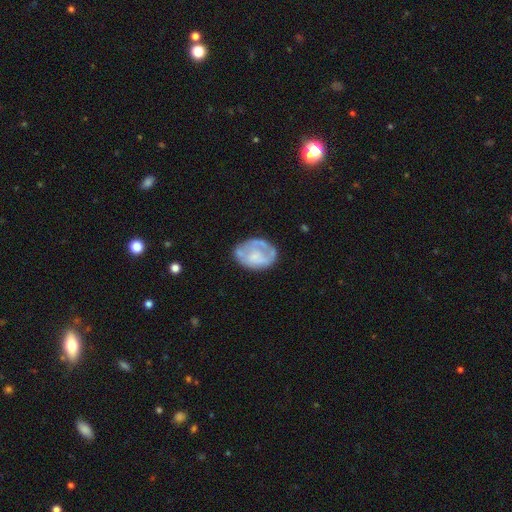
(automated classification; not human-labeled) A featured or disk galaxy (51%). Merging: none (54%).